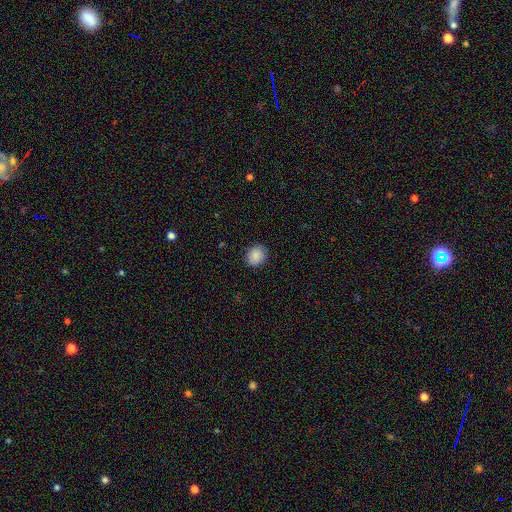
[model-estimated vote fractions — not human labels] A smooth galaxy with no disk features (88%) that is round (67%). Merging: none (88%).